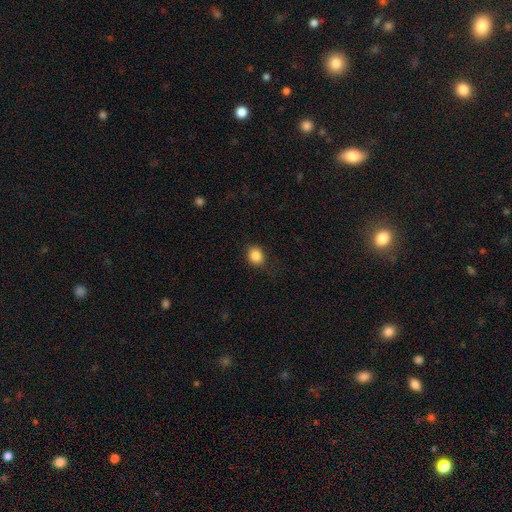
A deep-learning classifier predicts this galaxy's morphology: Smooth or featured: smooth — 86% (star or artifact — 9%)
How rounded: round — 63% (in between — 36%)
Merging: none — 82% (minor disturbance — 13%)